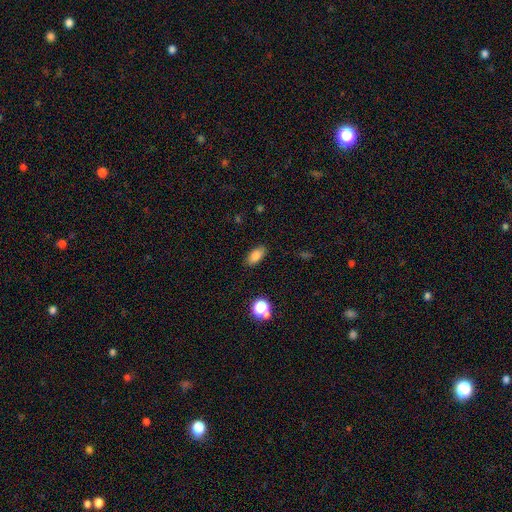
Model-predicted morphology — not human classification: This is clearly a smooth galaxy (82%). How rounded: clearly in between (88%). Merging: clearly none (86%).